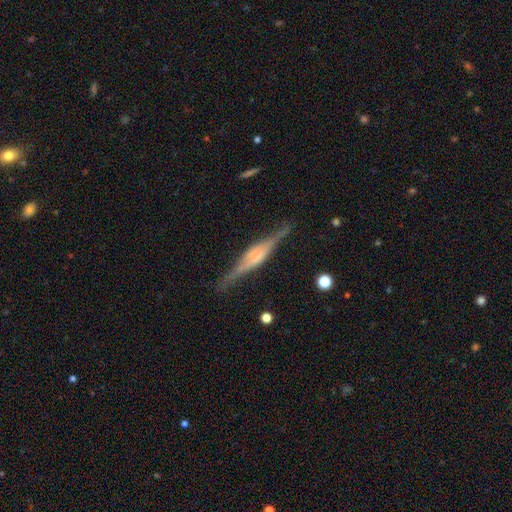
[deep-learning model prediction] This is clearly a featured or disk galaxy (81%). It is clearly viewed edge-on (97%). Edge-on bulge: possibly boxy (50%). Merging: clearly none (85%).